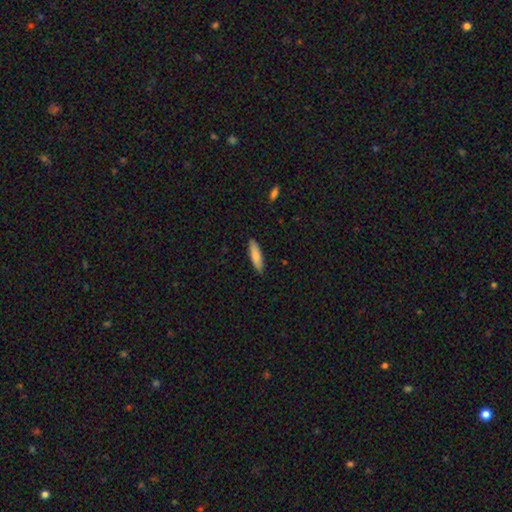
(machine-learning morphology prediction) This is clearly a smooth galaxy (81%). How rounded: likely cigar-shaped (64%). Merging: clearly none (88%).